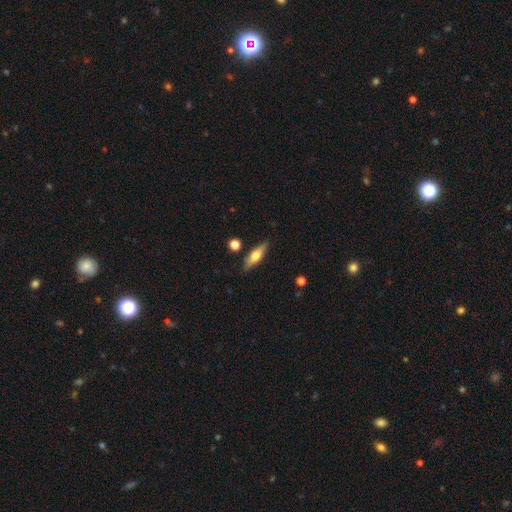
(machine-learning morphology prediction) This appears to be a featured or disk galaxy (47%). Merging: none (84%).